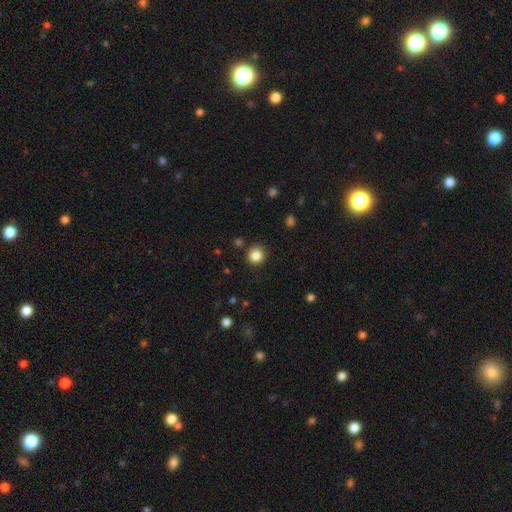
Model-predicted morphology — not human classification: The model was most divided on "smooth or featured": smooth: 84%, star or artifact: 11%, featured or disk: 5%. More confident: how rounded — round (89%); merging — none (88%).